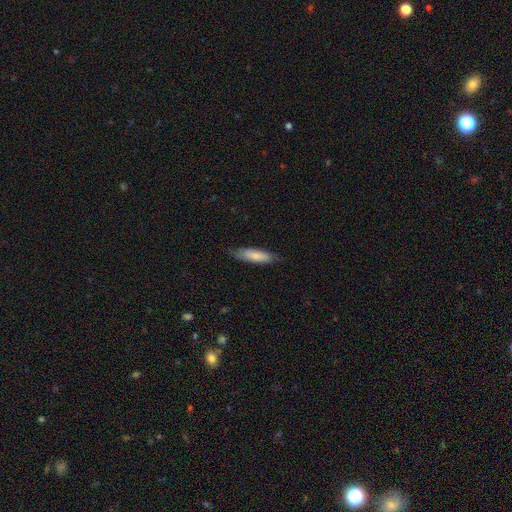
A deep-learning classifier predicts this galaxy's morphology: type=smooth (77%); roundness=cigar-shaped (61%); merging=none (77%).